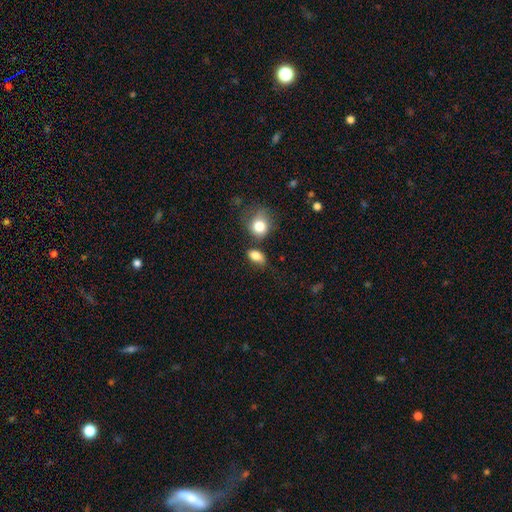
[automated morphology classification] This appears to be a smooth galaxy with no disk features (82%) that is in between round and cigar-shaped (76%). Merging: none (50%).